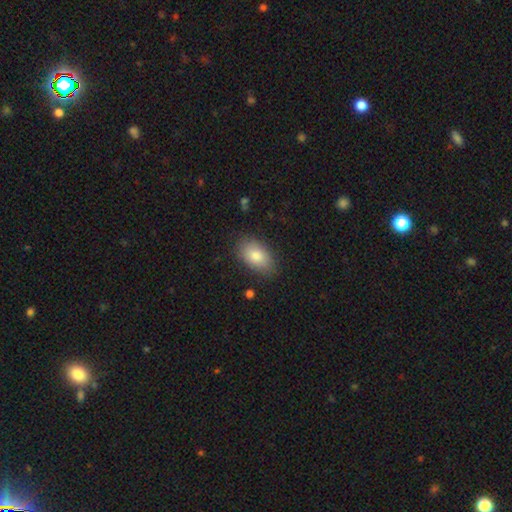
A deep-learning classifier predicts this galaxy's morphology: This is clearly a smooth galaxy (83%). How rounded: clearly in between (91%). Merging: clearly none (83%).